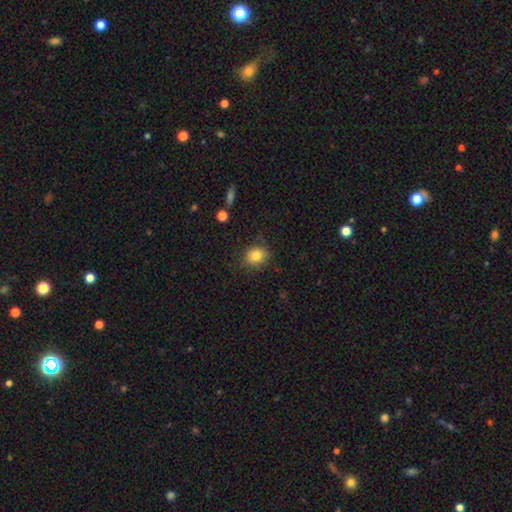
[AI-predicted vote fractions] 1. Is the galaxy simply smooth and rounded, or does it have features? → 82% smooth, 10% star or artifact, 8% featured or disk.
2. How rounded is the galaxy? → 64% round, 35% in between, 1% cigar-shaped.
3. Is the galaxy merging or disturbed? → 81% none, 14% minor disturbance, 4% major disturbance, 2% merger.